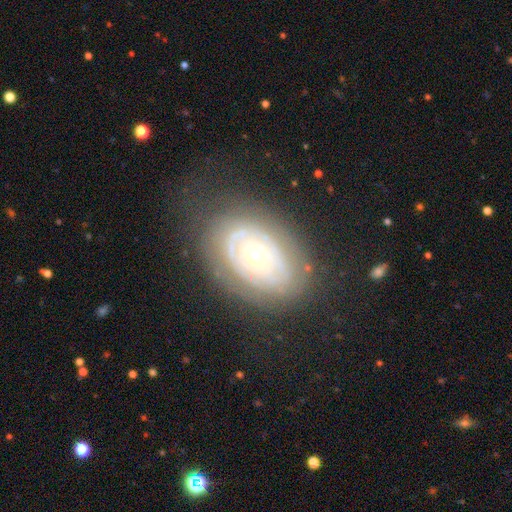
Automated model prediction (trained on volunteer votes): This appears to be a featured or disk galaxy (70%) with no bar (88%), spiral arms (56%) and a small central bulge (65%). Merging: none (68%).